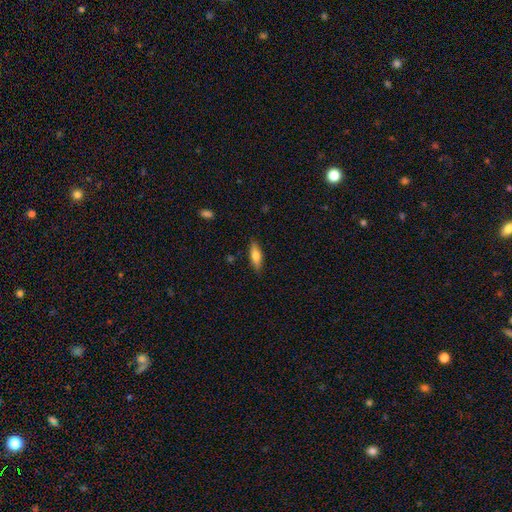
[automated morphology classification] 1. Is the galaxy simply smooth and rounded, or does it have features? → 64% smooth, 29% featured or disk, 7% star or artifact.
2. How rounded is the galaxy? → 50% cigar-shaped, 48% in between, 2% round.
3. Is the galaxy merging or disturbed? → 85% none, 11% minor disturbance, 2% major disturbance, 1% merger.